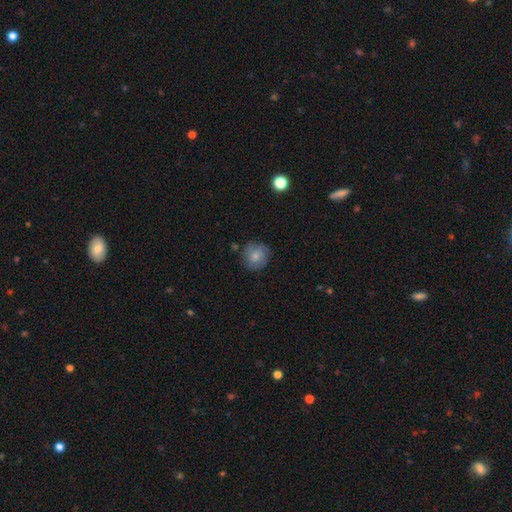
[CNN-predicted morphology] A smooth galaxy with no disk features (71%) that is round (88%).

Vote fractions:
- Smooth or featured? smooth: 71% / featured or disk: 21% / star or artifact: 8%
- How rounded? round: 88% / in between: 11% / cigar-shaped: 1%
- Merging? none: 75% / minor disturbance: 19% / major disturbance: 5% / merger: 2%